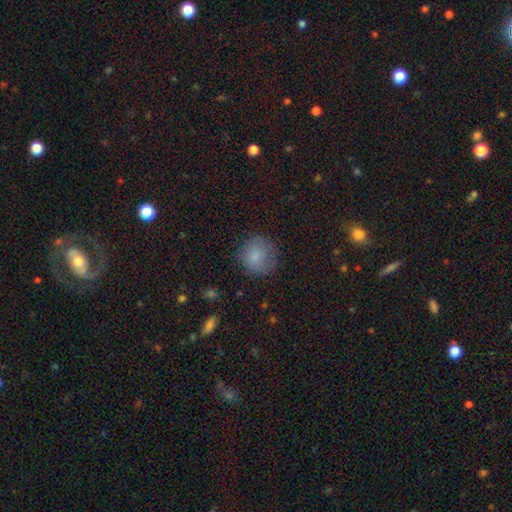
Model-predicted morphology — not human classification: This appears to be a smooth galaxy with no disk features (81%) that is round (88%). Merging: none (72%).